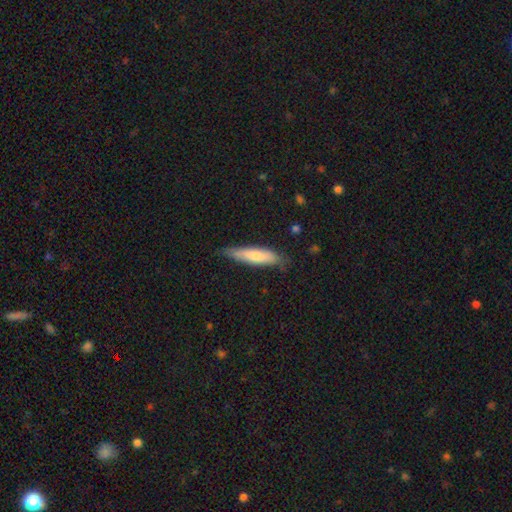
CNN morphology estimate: Smooth or featured: smooth — 72% (featured or disk — 23%)
How rounded: cigar-shaped — 76% (in between — 23%)
Merging: none — 74% (minor disturbance — 21%)